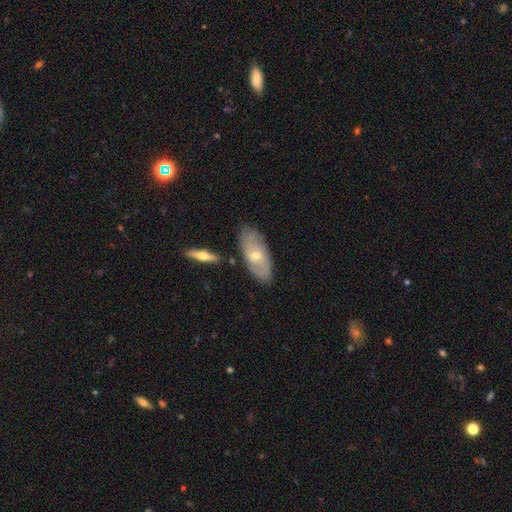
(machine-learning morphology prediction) This is possibly a featured or disk galaxy (53%). It is likely not viewed edge-on (80%). Merging: likely none (77%).